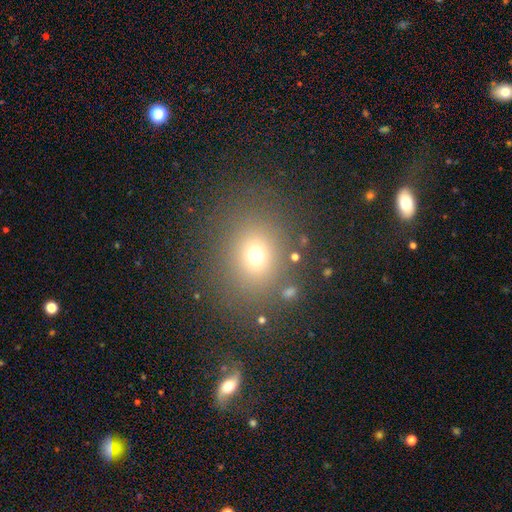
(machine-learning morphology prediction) Smooth or featured?
  - smooth: 68% *
  - star or artifact: 22%
  - featured or disk: 10%
How rounded?
  - round: 67% *
  - in between: 32%
  - cigar-shaped: 1%
Merging?
  - none: 80% *
  - minor disturbance: 10%
  - major disturbance: 6%
  - merger: 4%